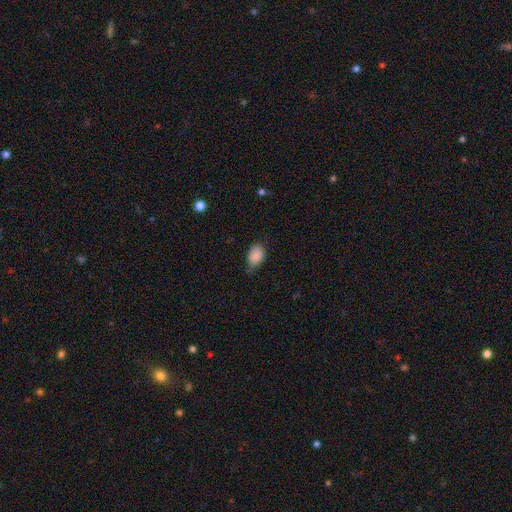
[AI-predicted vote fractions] smooth 86%, star or artifact 8%, featured or disk 5%. Down the decision tree: how rounded — in between (78%); merging — minor disturbance (45%).